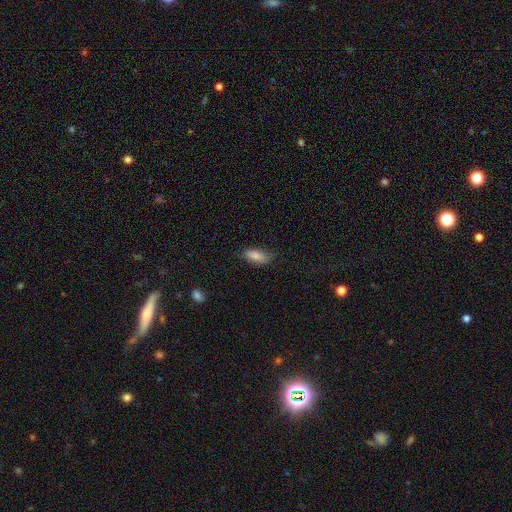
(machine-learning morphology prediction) smooth 85%, featured or disk 7%, star or artifact 7%. Down the decision tree: how rounded — in between (86%); merging — none (66%).